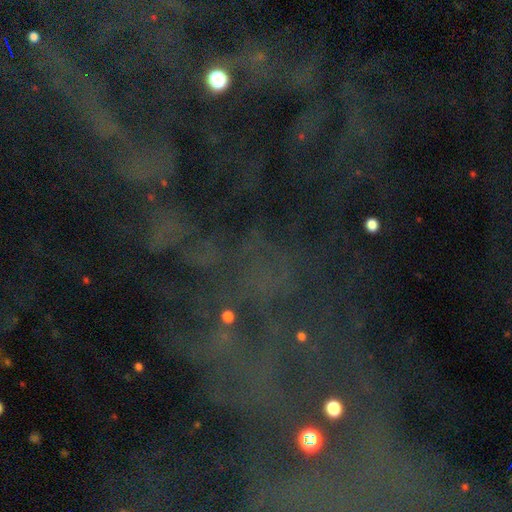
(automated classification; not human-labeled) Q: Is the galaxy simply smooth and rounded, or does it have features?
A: star or artifact — 71%.